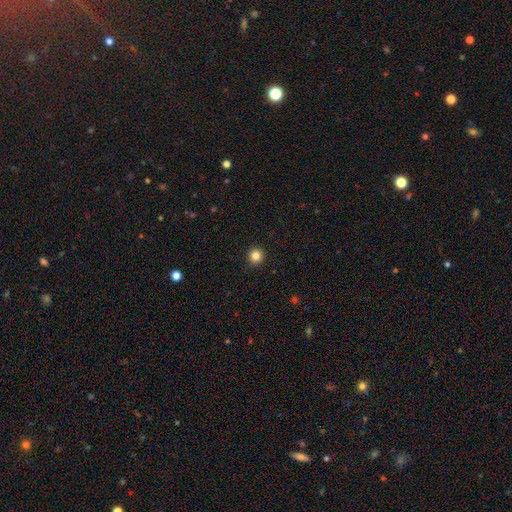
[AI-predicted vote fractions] This appears to be a smooth galaxy with no disk features (84%) that is round (95%). Merging: none (93%).